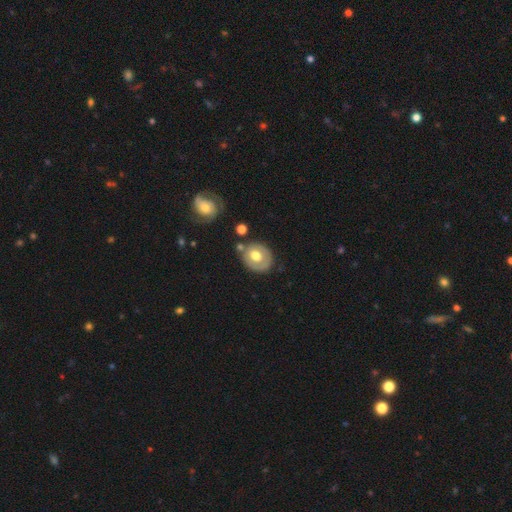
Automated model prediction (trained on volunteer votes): Smooth or featured: smooth — 57% (featured or disk — 37%)
How rounded: round — 66% (in between — 33%)
Merging: none — 71% (minor disturbance — 16%)